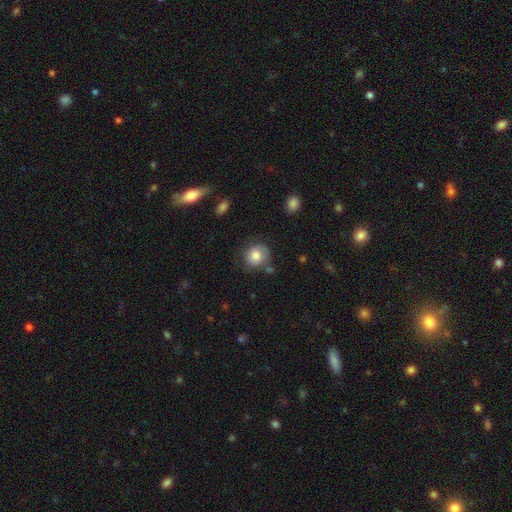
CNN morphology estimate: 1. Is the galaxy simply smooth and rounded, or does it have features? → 79% smooth, 12% featured or disk, 9% star or artifact.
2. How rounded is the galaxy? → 77% round, 23% in between, 1% cigar-shaped.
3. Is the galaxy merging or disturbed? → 69% none, 20% minor disturbance, 6% major disturbance, 5% merger.